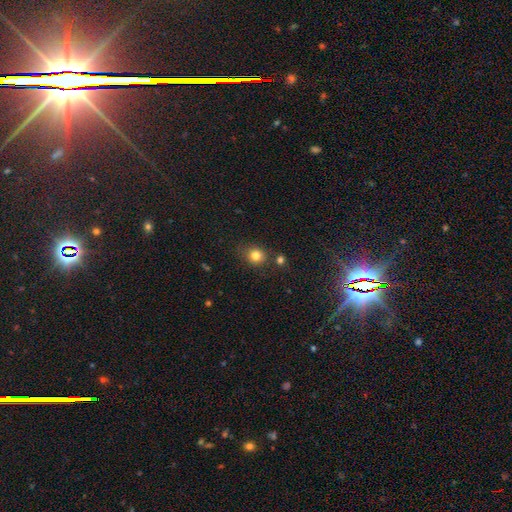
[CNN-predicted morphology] Smooth or featured: smooth — 80% (star or artifact — 13%)
How rounded: round — 78% (in between — 21%)
Merging: none — 76% (minor disturbance — 13%)